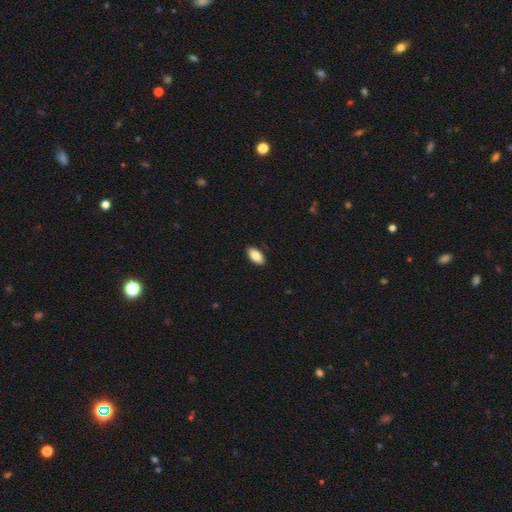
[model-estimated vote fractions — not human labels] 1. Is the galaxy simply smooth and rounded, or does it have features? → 85% smooth, 8% featured or disk, 7% star or artifact.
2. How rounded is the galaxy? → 92% in between, 5% cigar-shaped, 2% round.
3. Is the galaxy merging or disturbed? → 89% none, 9% minor disturbance, 2% major disturbance, 1% merger.